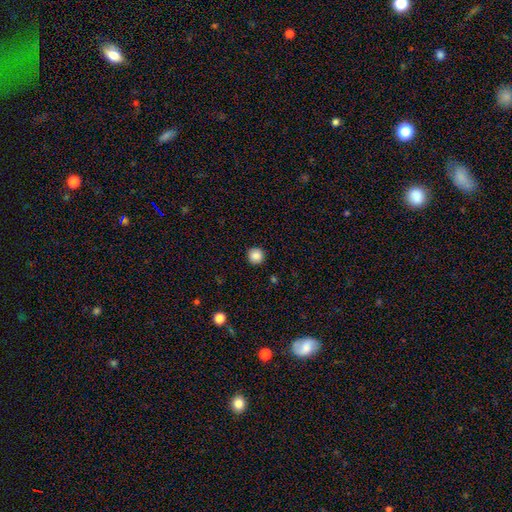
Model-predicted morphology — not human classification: Smooth or featured? Predicted: smooth (p=0.87). How rounded? Predicted: round (p=0.96). Merging? Predicted: none (p=0.92).